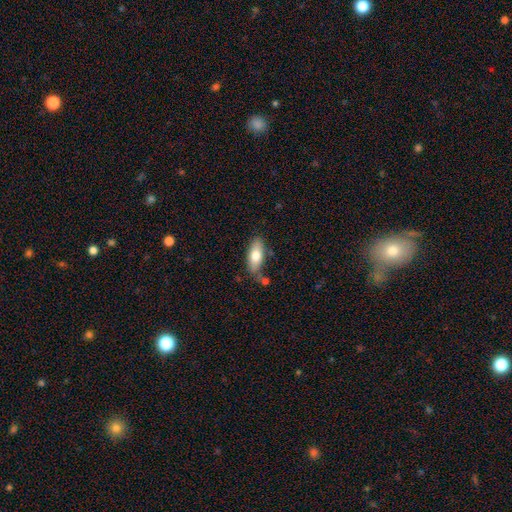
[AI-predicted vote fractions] smooth 73%, featured or disk 20%, star or artifact 6%. Down the decision tree: how rounded — in between (80%); merging — none (68%).